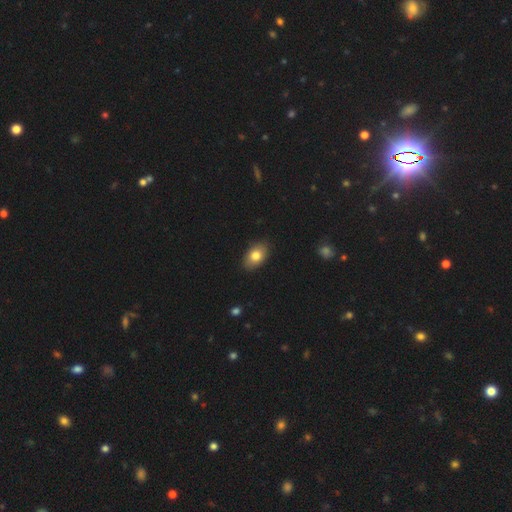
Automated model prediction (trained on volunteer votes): Q: Smooth or featured?
A: smooth (80%); runner-up: featured or disk (12%)
Q: How rounded?
A: in between (86%); runner-up: round (13%)
Q: Merging?
A: none (88%); runner-up: minor disturbance (10%)